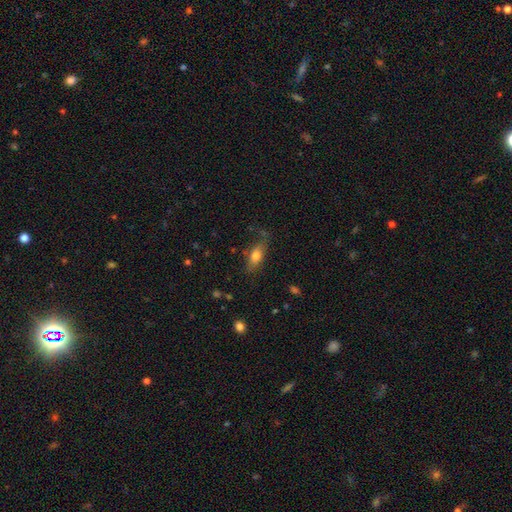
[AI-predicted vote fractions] Q: Smooth or featured?
A: smooth (74%); runner-up: featured or disk (18%)
Q: How rounded?
A: in between (78%); runner-up: cigar-shaped (17%)
Q: Merging?
A: none (68%); runner-up: minor disturbance (22%)